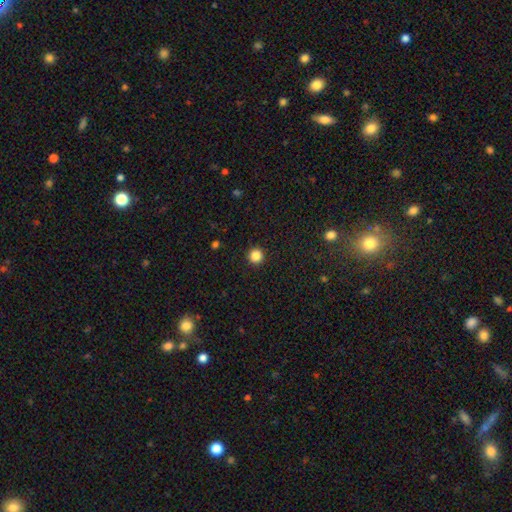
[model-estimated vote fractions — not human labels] This is clearly a smooth galaxy (85%). How rounded: clearly round (96%). Merging: clearly none (93%).